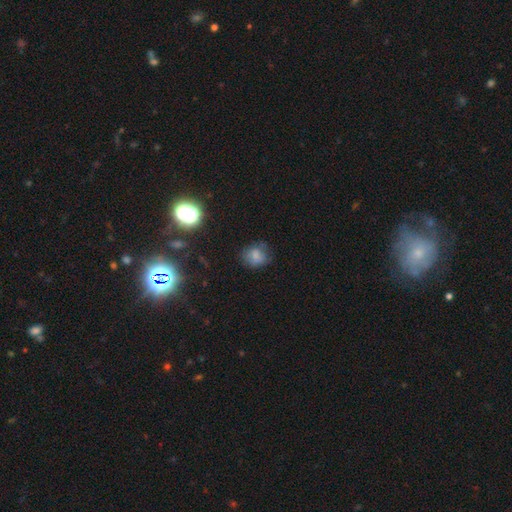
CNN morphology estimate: This appears to be a smooth galaxy with no disk features (72%) that is round (63%). Merging: none (65%).